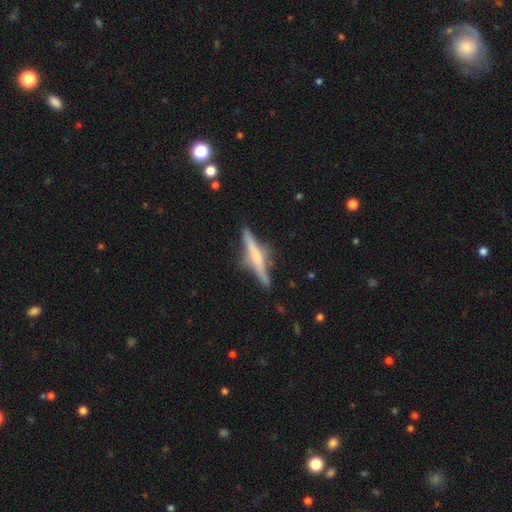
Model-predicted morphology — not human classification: Overall: featured or disk (60%; smooth 34%). Edge-on disk: yes (95%). Edge-on bulge: rounded (53%; none 29%). Merging: none (75%).